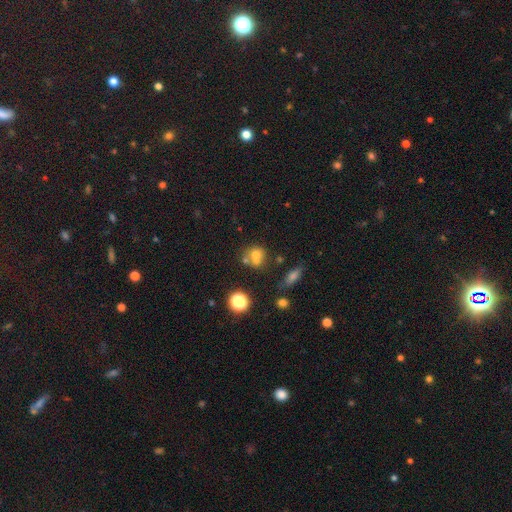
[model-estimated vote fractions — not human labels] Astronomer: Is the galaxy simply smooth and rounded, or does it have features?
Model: smooth — 64%.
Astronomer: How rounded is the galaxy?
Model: round — 78%.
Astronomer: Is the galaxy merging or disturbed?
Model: merger — 45% (runner-up: none, 40%).